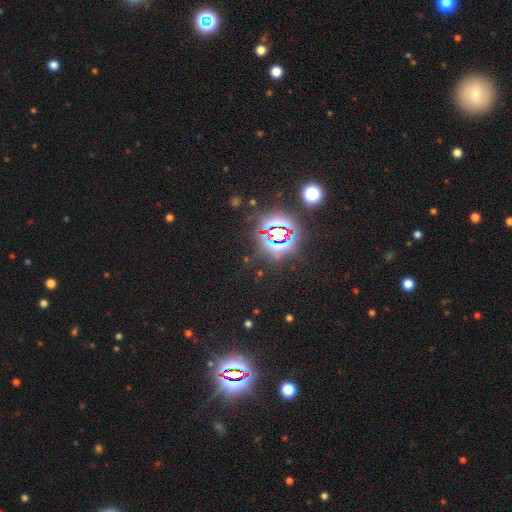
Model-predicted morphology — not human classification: This is clearly a star or artifact rather than a galaxy (85%).